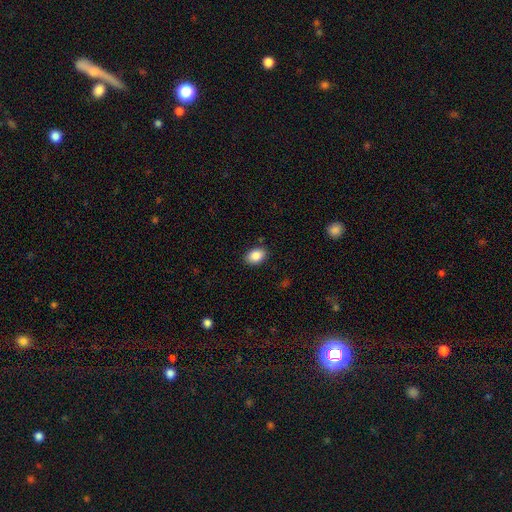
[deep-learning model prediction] A smooth galaxy with no disk features (87%) that is in between round and cigar-shaped (79%).

Vote fractions:
- Smooth or featured? smooth: 87% / star or artifact: 8% / featured or disk: 5%
- How rounded? in between: 79% / round: 20% / cigar-shaped: 1%
- Merging? none: 86% / minor disturbance: 10% / major disturbance: 2% / merger: 1%